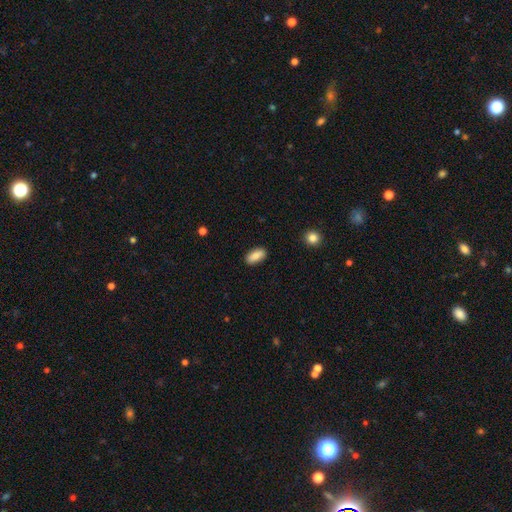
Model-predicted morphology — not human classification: Q: Smooth or featured?
A: smooth (86%); runner-up: featured or disk (7%)
Q: How rounded?
A: in between (88%); runner-up: cigar-shaped (9%)
Q: Merging?
A: none (88%); runner-up: minor disturbance (9%)